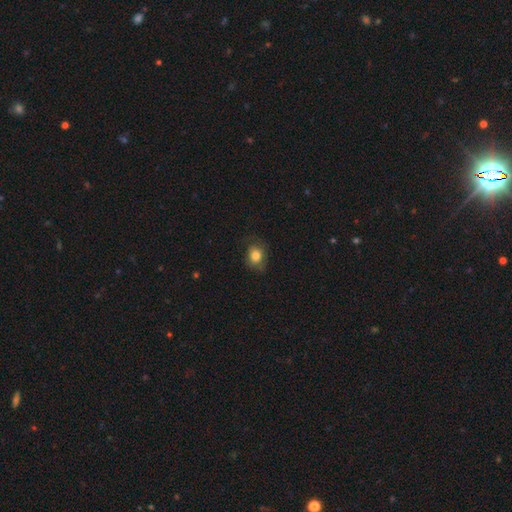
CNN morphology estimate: Smooth or featured? smooth (80%)
How rounded? round (50%)
Merging? none (66%)